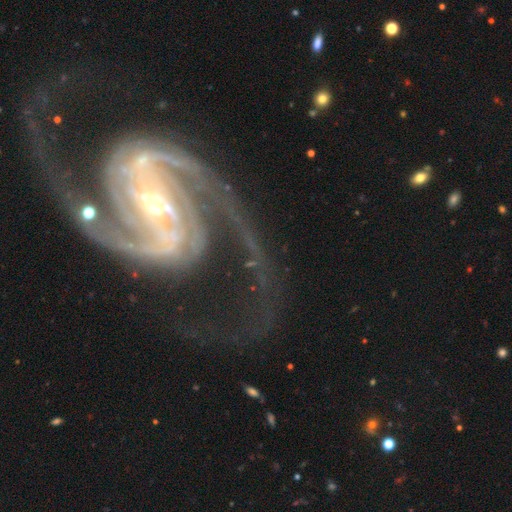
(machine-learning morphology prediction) smooth-or-featured: featured or disk: 94% | star or artifact: 4% | smooth: 2%
  disk-edge-on: no: 98% | yes: 2%
    bar: strong: 55% | weak: 33% | no: 12%
    has-spiral-arms: yes: 99% | no: 1%
      spiral-winding: medium: 58% | tight: 26% | loose: 16%
      spiral-arm-count: 2: 87% | 3: 4% | can't tell: 3% | 4: 2% | 1: 2% | more than 4: 2%
    bulge-size: small: 57% | moderate: 36% | large: 4% | none: 2% | dominant: 1%
  merging: none: 68% | major disturbance: 14% | minor disturbance: 14% | merger: 4%